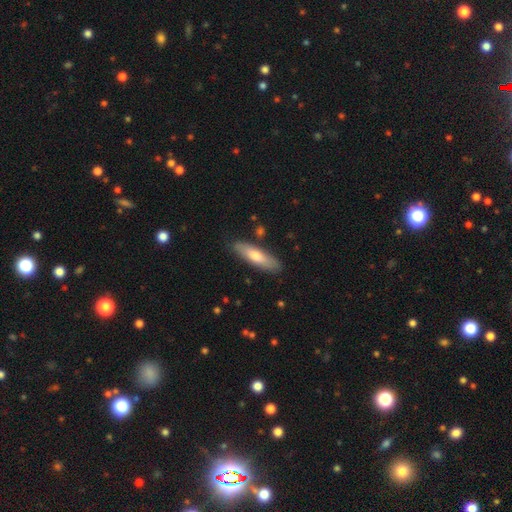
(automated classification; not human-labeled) The model was most divided on "how rounded": cigar-shaped: 63%, in between: 35%, round: 2%. More confident: merging — none (84%); smooth or featured — smooth (66%).